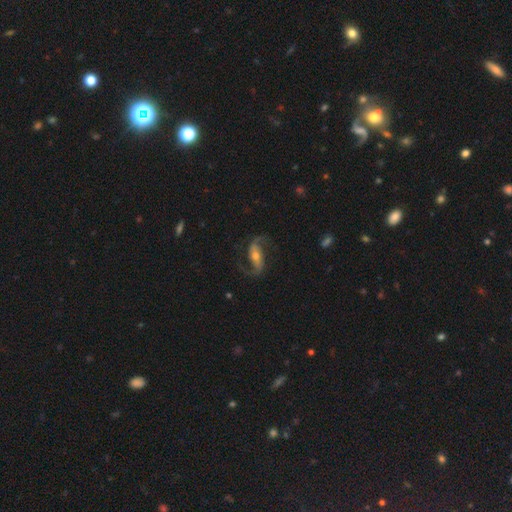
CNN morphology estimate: smooth-or-featured: featured or disk: 87% | smooth: 7% | star or artifact: 6%
  disk-edge-on: no: 95% | yes: 5%
    bar: strong: 42% | weak: 32% | no: 26%
    has-spiral-arms: yes: 96% | no: 4%
      spiral-winding: loose: 57% | medium: 35% | tight: 8%
      spiral-arm-count: 2: 93% | 1: 2% | can't tell: 2% | 3: 1% | 4: 1% | more than 4: 1%
    bulge-size: moderate: 50% | small: 43% | large: 4% | none: 2% | dominant: 1%
  merging: none: 77% | minor disturbance: 13% | major disturbance: 9% | merger: 1%